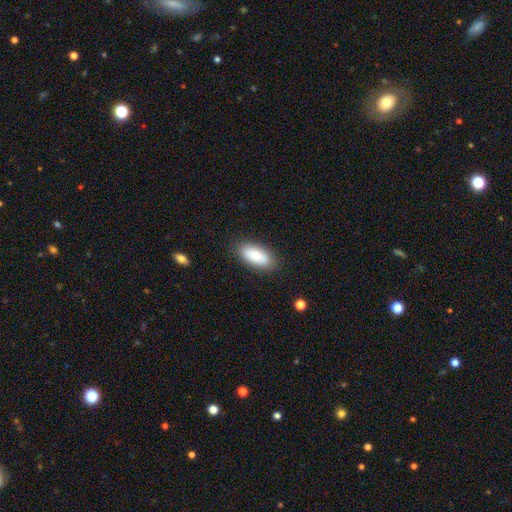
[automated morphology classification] Smooth or featured?
  - smooth: 79% *
  - featured or disk: 15%
  - star or artifact: 6%
How rounded?
  - in between: 88% *
  - cigar-shaped: 10%
  - round: 2%
Merging?
  - none: 86% *
  - minor disturbance: 10%
  - major disturbance: 2%
  - merger: 1%